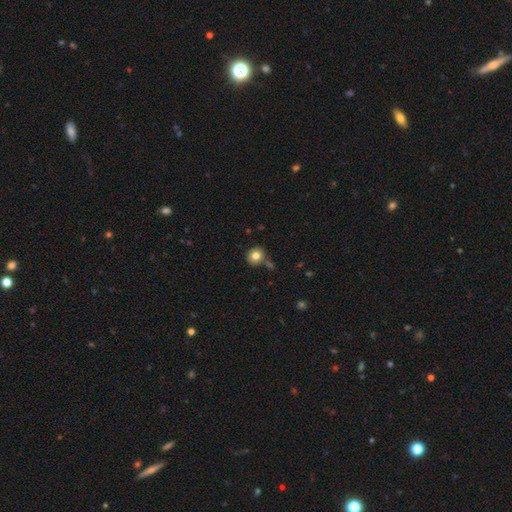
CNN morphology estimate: Smooth or featured? Predicted: smooth (p=0.79). How rounded? Predicted: round (p=0.86). Merging? Predicted: none (p=0.76).